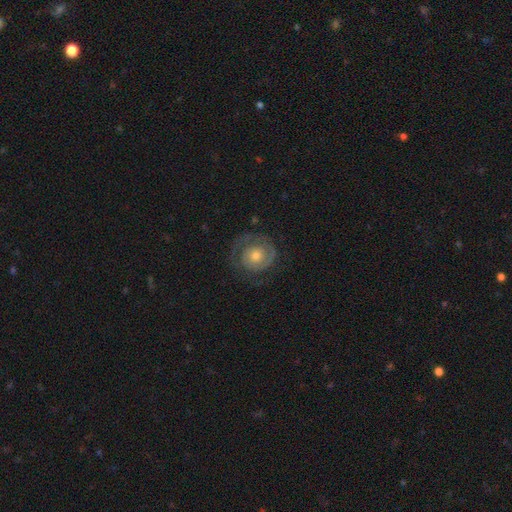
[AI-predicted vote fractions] The model was most divided on "spiral arm count": 2: 42%, 1: 26%, can't tell: 22%, 3: 6%, 4: 2%, more than 4: 2%. More confident: edge-on disk — no (98%); spiral arms — yes (84%); bar — no (81%); smooth or featured — featured or disk (73%); merging — none (71%); spiral winding — tight (68%); bulge size — moderate (62%).